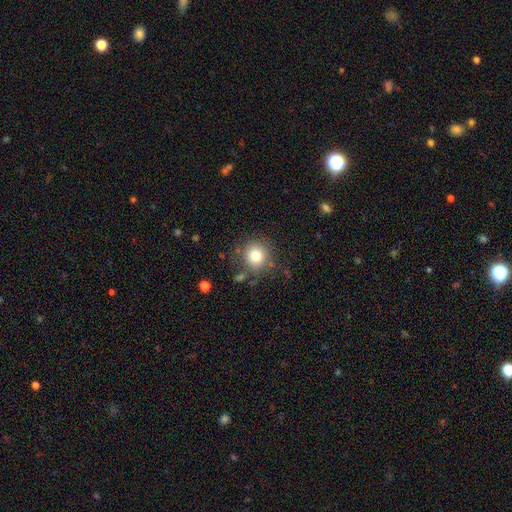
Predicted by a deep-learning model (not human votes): Smooth or featured? Predicted: smooth (p=0.80). How rounded? Predicted: round (p=0.90). Merging? Predicted: none (p=0.79).